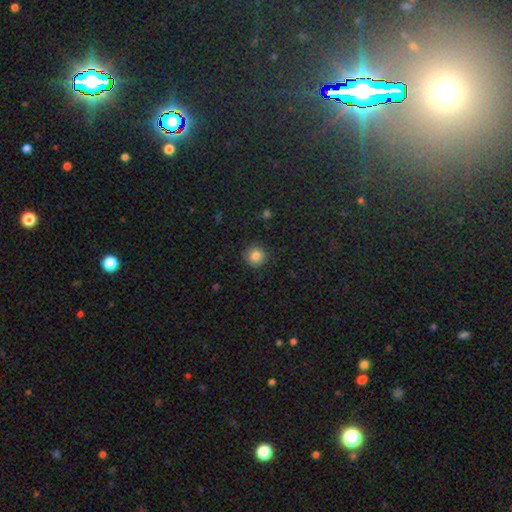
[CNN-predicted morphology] Q: Smooth or featured?
A: smooth (83%); runner-up: star or artifact (11%)
Q: How rounded?
A: round (91%); runner-up: in between (8%)
Q: Merging?
A: none (88%); runner-up: minor disturbance (9%)